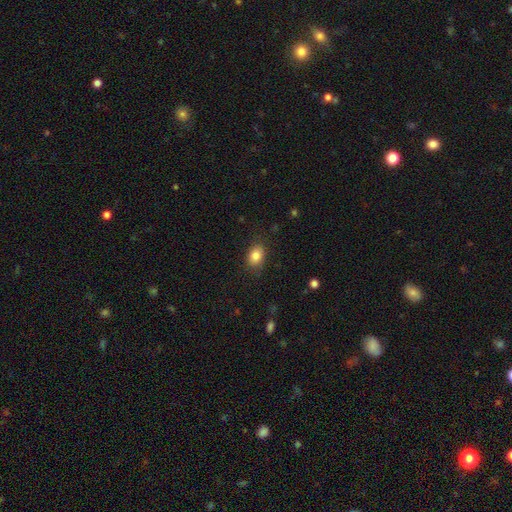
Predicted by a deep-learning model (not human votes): Smooth or featured?
  - smooth: 85% *
  - star or artifact: 9%
  - featured or disk: 6%
How rounded?
  - in between: 77% *
  - round: 22%
  - cigar-shaped: 1%
Merging?
  - none: 83% *
  - minor disturbance: 13%
  - major disturbance: 3%
  - merger: 1%